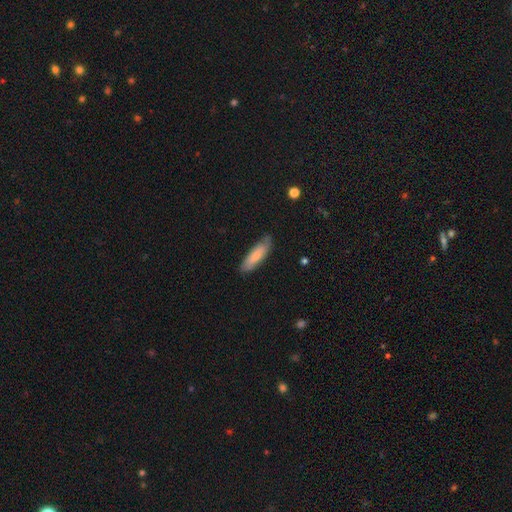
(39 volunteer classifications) Smooth or featured? 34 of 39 (87%) said smooth. How rounded? 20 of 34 (59%) said cigar-shaped. Merging? 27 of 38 (71%) said none.